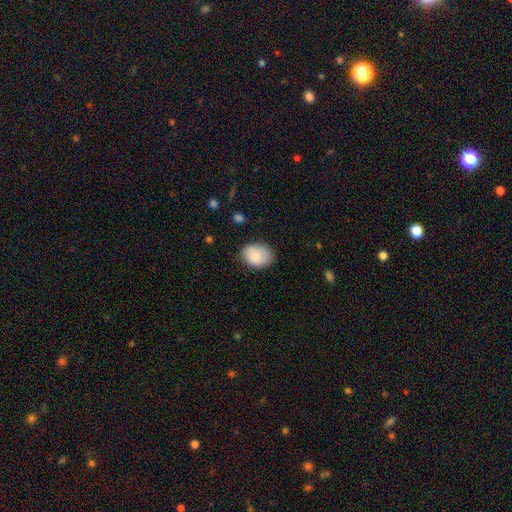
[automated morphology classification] smooth-or-featured: smooth: 86% | featured or disk: 8% | star or artifact: 7%
  how-rounded: in between: 63% | round: 36% | cigar-shaped: 1%
  merging: none: 77% | minor disturbance: 18% | major disturbance: 4% | merger: 1%